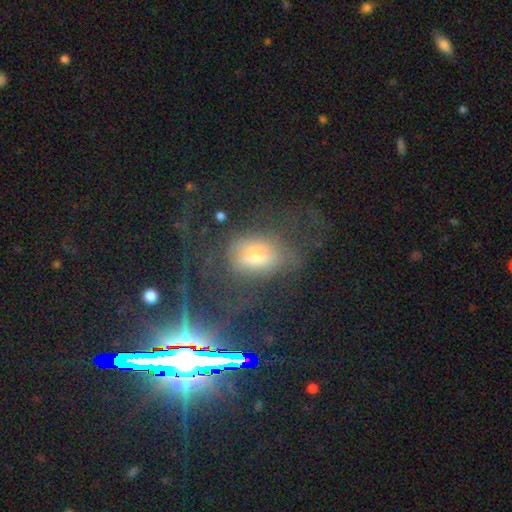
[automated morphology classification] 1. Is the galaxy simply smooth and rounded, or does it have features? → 43% smooth, 41% featured or disk, 16% star or artifact.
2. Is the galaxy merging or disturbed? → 40% none, 35% major disturbance, 19% minor disturbance, 6% merger.